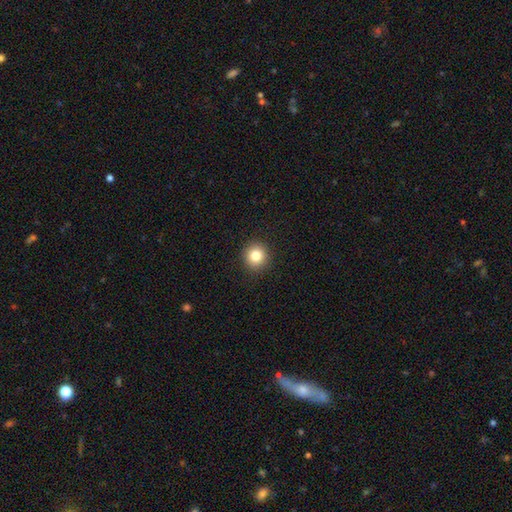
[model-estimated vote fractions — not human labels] This is clearly a smooth galaxy (82%). How rounded: clearly round (93%). Merging: clearly none (92%).